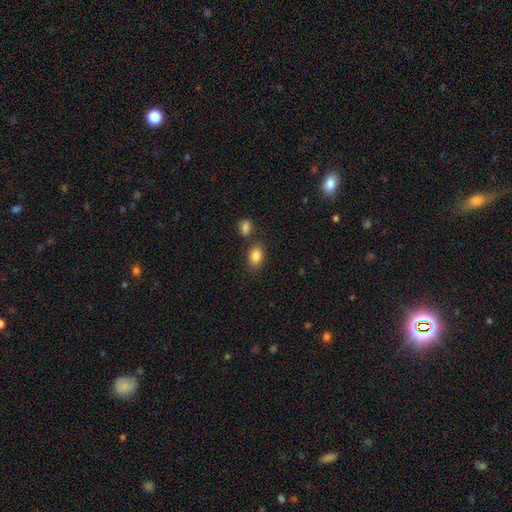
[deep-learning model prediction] Smooth or featured: smooth — 86% (star or artifact — 8%)
How rounded: in between — 81% (round — 17%)
Merging: none — 72% (merger — 12%)